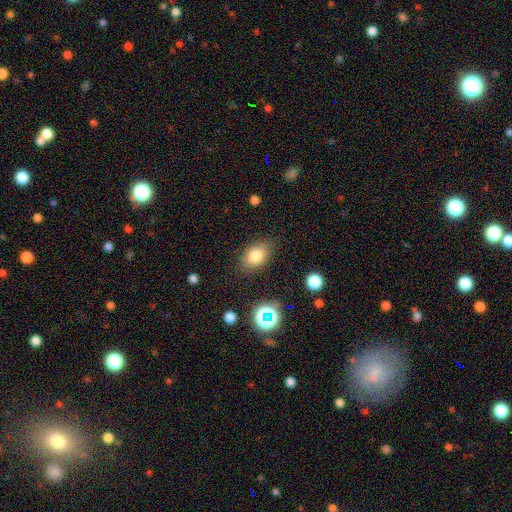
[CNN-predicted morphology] The model was most divided on "how rounded": in between: 78%, round: 20%, cigar-shaped: 1%. More confident: merging — none (81%); smooth or featured — smooth (79%).